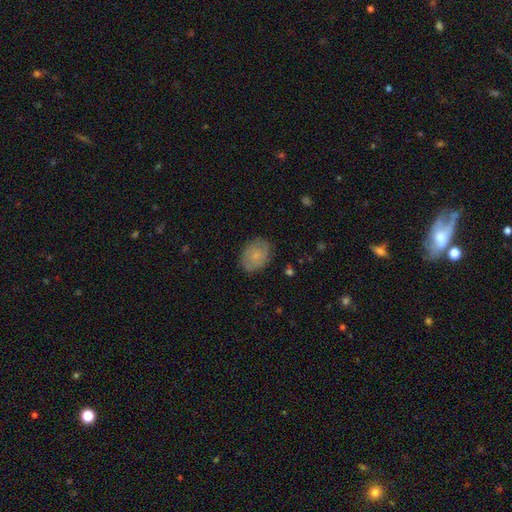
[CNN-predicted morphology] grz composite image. It shows a smooth galaxy with no disk features (61%) that is in between round and cigar-shaped (59%). Merging: none (80%).